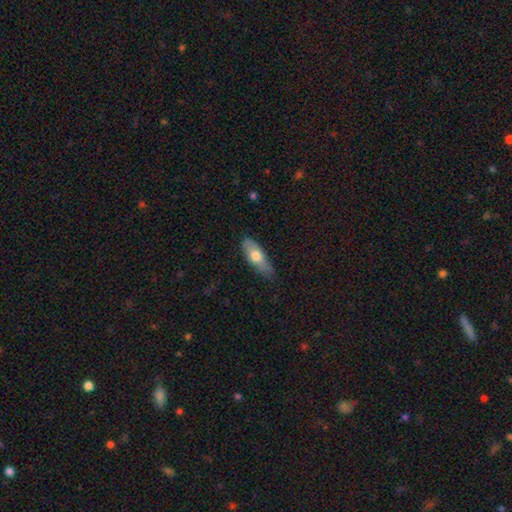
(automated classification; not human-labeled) A smooth galaxy with no disk features (64%) that is in between round and cigar-shaped (71%).

Vote fractions:
- Smooth or featured? smooth: 64% / featured or disk: 30% / star or artifact: 6%
- How rounded? in between: 71% / cigar-shaped: 26% / round: 3%
- Merging? none: 70% / minor disturbance: 24% / major disturbance: 4% / merger: 1%